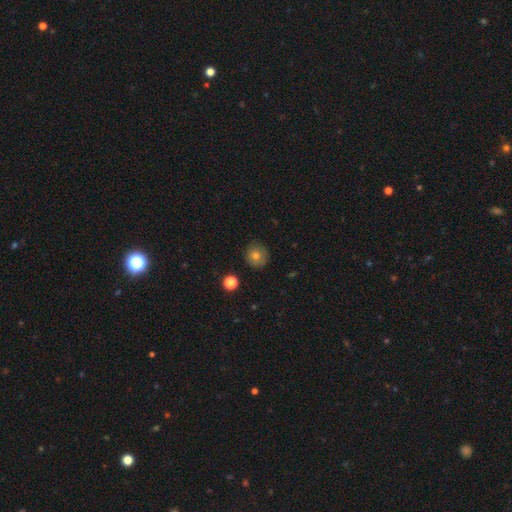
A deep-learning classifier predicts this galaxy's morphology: Smooth or featured? Predicted: smooth (p=0.79). How rounded? Predicted: round (p=0.91). Merging? Predicted: none (p=0.87).